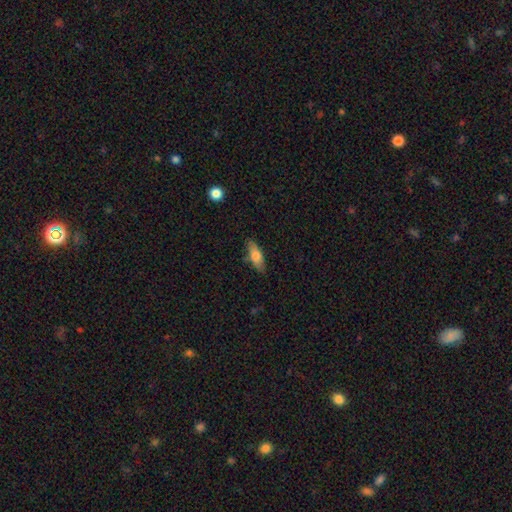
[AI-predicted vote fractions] Morphology: type=smooth (70%); roundness=in between (66%); merging=none (82%).